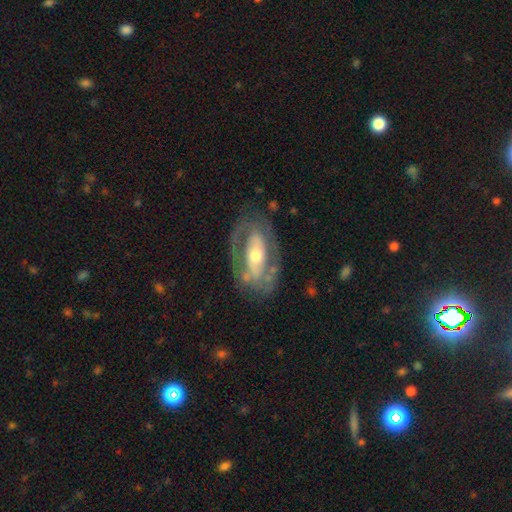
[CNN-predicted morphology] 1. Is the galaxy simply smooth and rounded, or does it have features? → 79% featured or disk, 16% smooth, 5% star or artifact.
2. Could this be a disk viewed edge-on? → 91% no, 9% yes.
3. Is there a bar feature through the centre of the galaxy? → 39% no, 35% strong, 27% weak.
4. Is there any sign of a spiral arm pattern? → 61% yes, 39% no.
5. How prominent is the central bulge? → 60% moderate, 30% small, 8% large, 1% dominant, 1% none.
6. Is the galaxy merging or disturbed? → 71% none, 17% minor disturbance, 11% major disturbance, 2% merger.